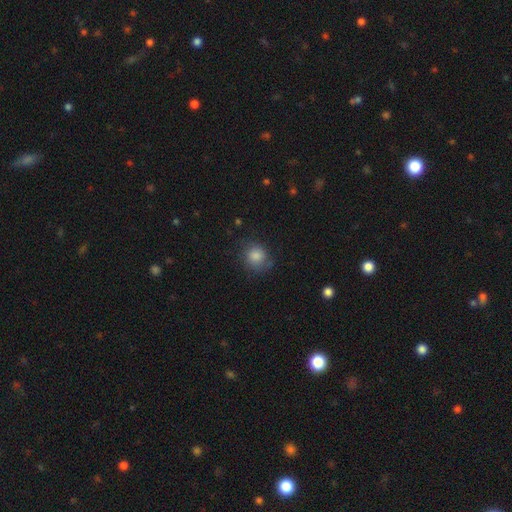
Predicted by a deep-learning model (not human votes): smooth-or-featured: smooth: 80% | featured or disk: 10% | star or artifact: 10%
  how-rounded: round: 80% | in between: 19% | cigar-shaped: 1%
  merging: none: 69% | minor disturbance: 22% | major disturbance: 8% | merger: 2%